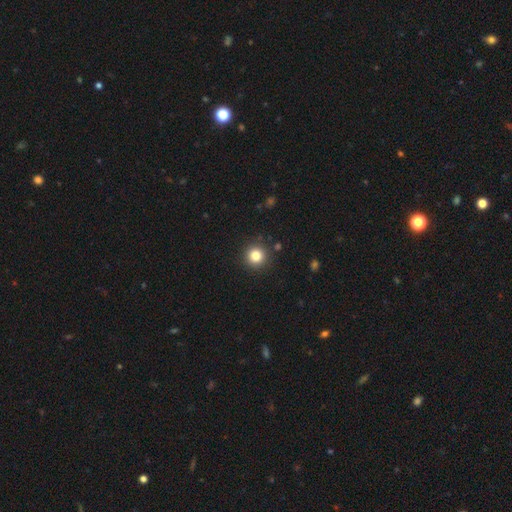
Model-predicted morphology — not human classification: Smooth or featured: smooth — 83% (star or artifact — 12%)
How rounded: round — 95% (in between — 4%)
Merging: none — 90% (minor disturbance — 6%)